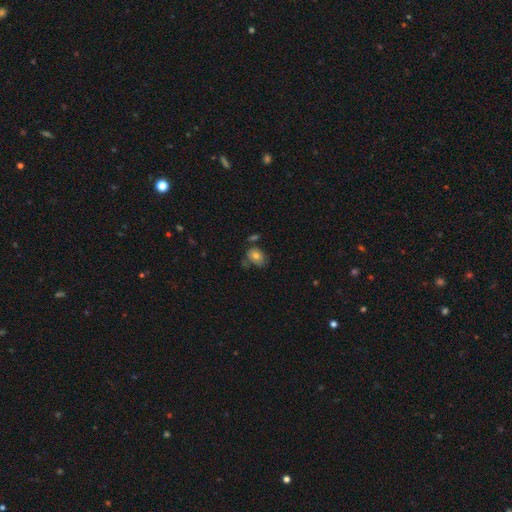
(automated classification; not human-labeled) A smooth galaxy with no disk features (72%) that is in between round and cigar-shaped (64%). Merging: none (56%).